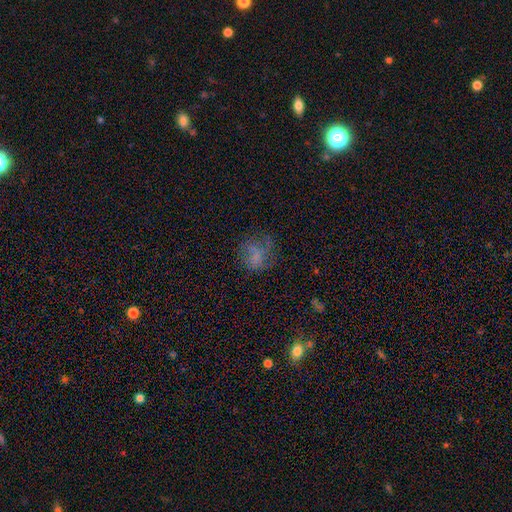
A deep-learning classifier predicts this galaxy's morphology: smooth 54%, featured or disk 28%, star or artifact 17%. Down the decision tree: how rounded — round (67%); merging — none (53%).